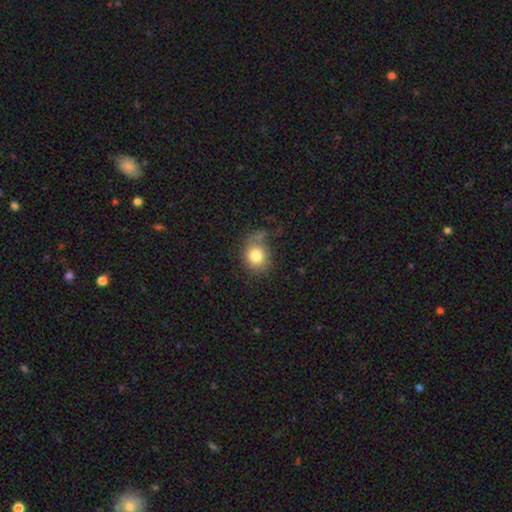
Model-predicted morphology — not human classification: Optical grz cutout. It shows a smooth galaxy with no disk features (81%) that is round (70%). Merging: none (60%).